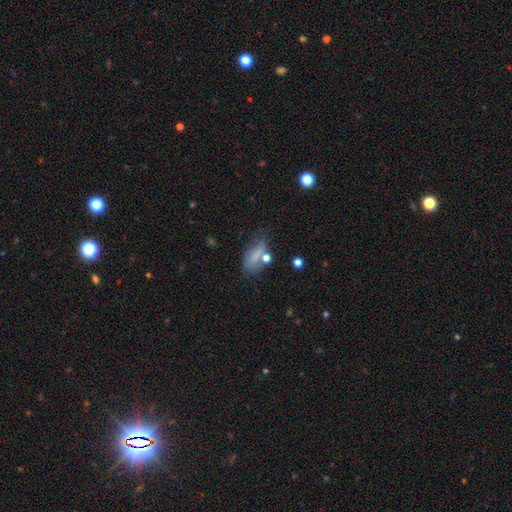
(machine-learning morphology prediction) The model was most divided on "merging": none: 52%, minor disturbance: 24%, major disturbance: 13%, merger: 11%. More confident: how rounded — in between (74%); smooth or featured — smooth (67%).